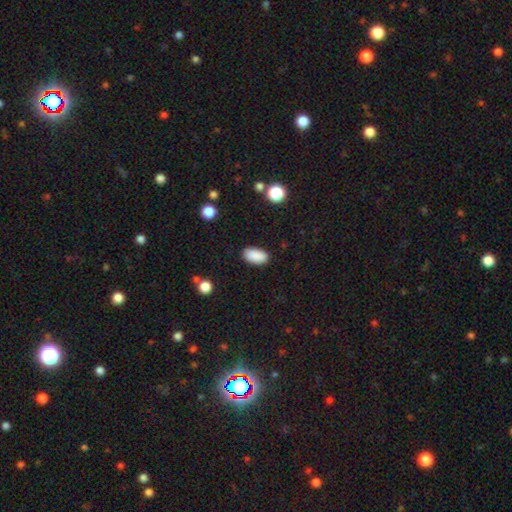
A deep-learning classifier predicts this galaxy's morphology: type=smooth (89%); roundness=in between (94%); merging=none (88%).